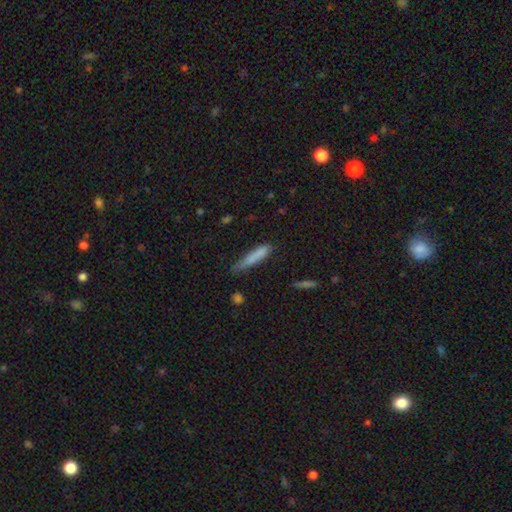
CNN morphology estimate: Q: Smooth or featured?
A: smooth (80%); runner-up: featured or disk (13%)
Q: How rounded?
A: cigar-shaped (89%); runner-up: in between (10%)
Q: Merging?
A: none (60%); runner-up: minor disturbance (30%)